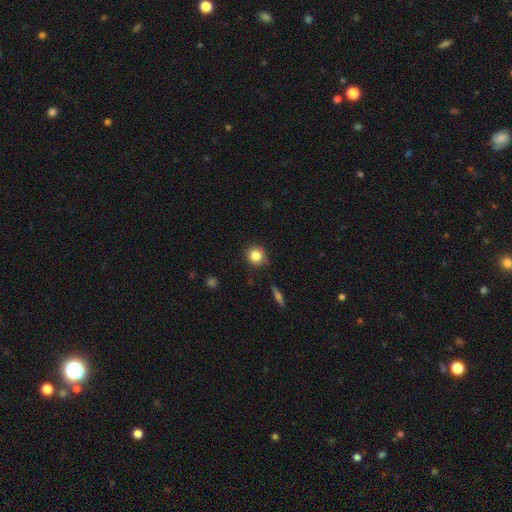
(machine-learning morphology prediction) The model was most divided on "smooth or featured": smooth: 83%, star or artifact: 10%, featured or disk: 6%. More confident: how rounded — round (86%); merging — none (85%).